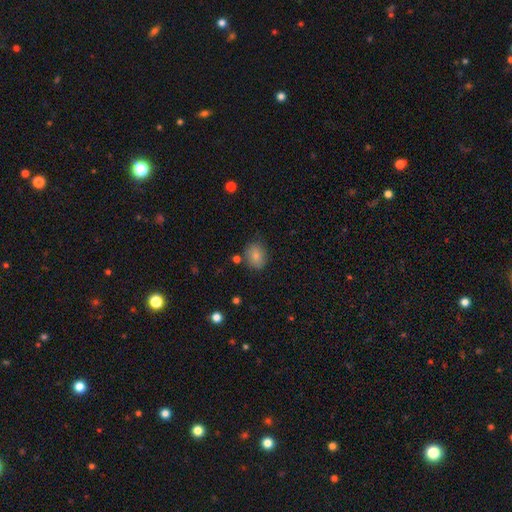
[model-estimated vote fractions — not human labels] smooth-or-featured: smooth: 82% | featured or disk: 9% | star or artifact: 8%
  how-rounded: in between: 51% | round: 48% | cigar-shaped: 1%
  merging: none: 75% | minor disturbance: 17% | major disturbance: 4% | merger: 4%